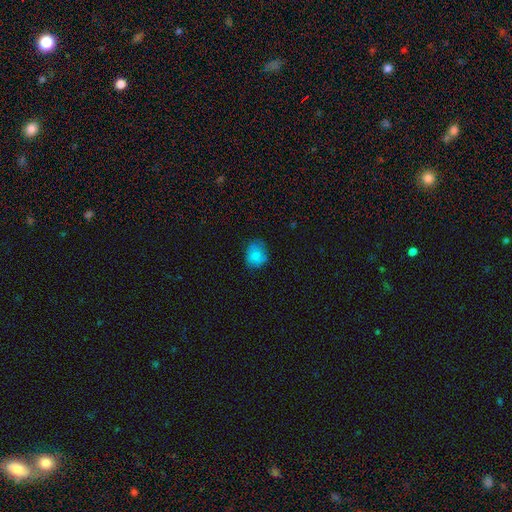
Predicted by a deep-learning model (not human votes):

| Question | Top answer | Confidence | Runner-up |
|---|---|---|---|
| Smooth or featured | smooth | 83% | star or artifact (9%) |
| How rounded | round | 53% | in between (46%) |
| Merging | none | 69% | minor disturbance (24%) |